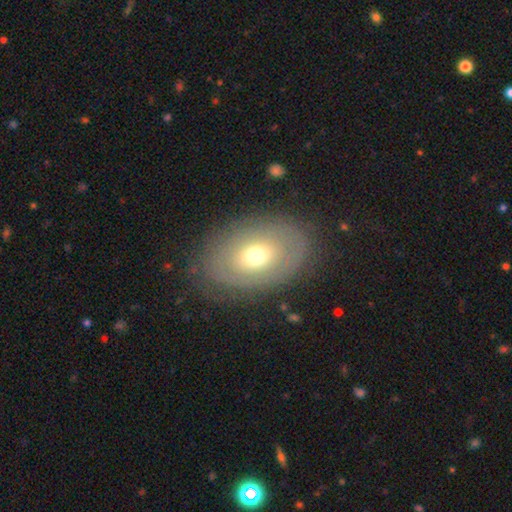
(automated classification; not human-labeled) Smooth or featured: smooth — 48% (featured or disk — 45%)
Merging: none — 80% (minor disturbance — 13%)